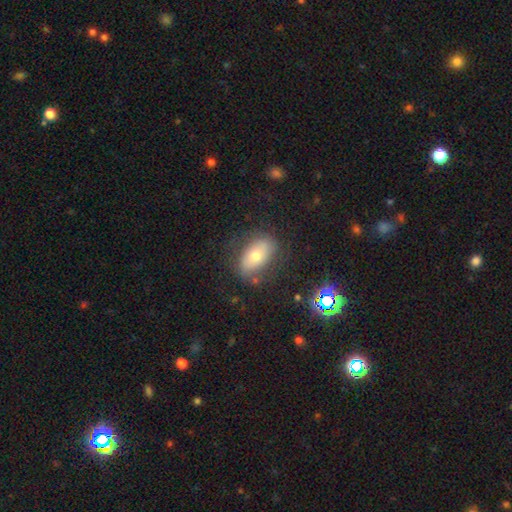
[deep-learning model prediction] A smooth galaxy with no disk features (61%) that is in between round and cigar-shaped (88%).

Vote fractions:
- Smooth or featured? smooth: 61% / featured or disk: 28% / star or artifact: 11%
- How rounded? in between: 88% / round: 9% / cigar-shaped: 3%
- Merging? none: 74% / minor disturbance: 16% / major disturbance: 7% / merger: 2%